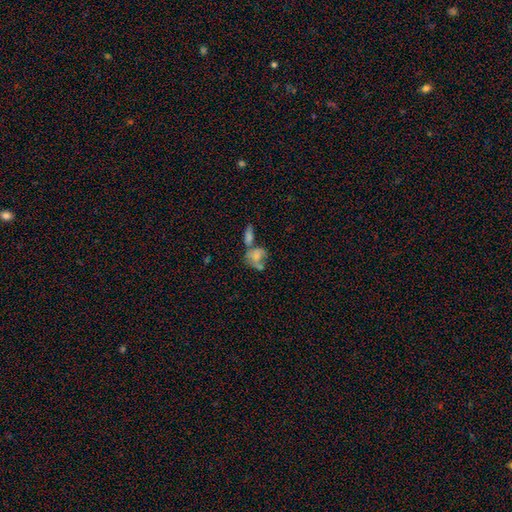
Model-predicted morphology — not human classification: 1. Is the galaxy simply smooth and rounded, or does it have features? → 63% smooth, 26% featured or disk, 11% star or artifact.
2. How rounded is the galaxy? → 64% in between, 32% round, 4% cigar-shaped.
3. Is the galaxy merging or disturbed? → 49% merger, 23% none, 15% major disturbance, 13% minor disturbance.